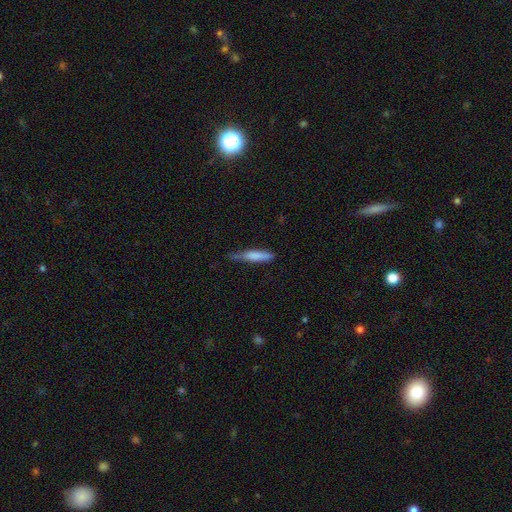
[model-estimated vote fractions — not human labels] Smooth or featured: smooth — 76% (featured or disk — 18%)
How rounded: cigar-shaped — 85% (in between — 13%)
Merging: none — 53% (minor disturbance — 36%)